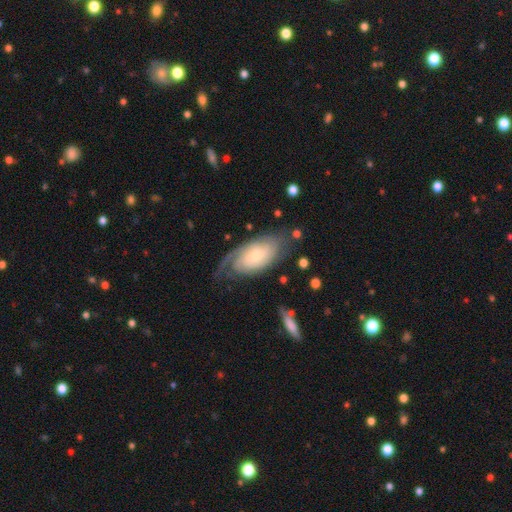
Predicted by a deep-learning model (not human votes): A featured or disk galaxy (74%) with no bar (71%), 2 (36%) tight (57%) spiral arms (93%) and a small central bulge (55%). Merging: none (61%).